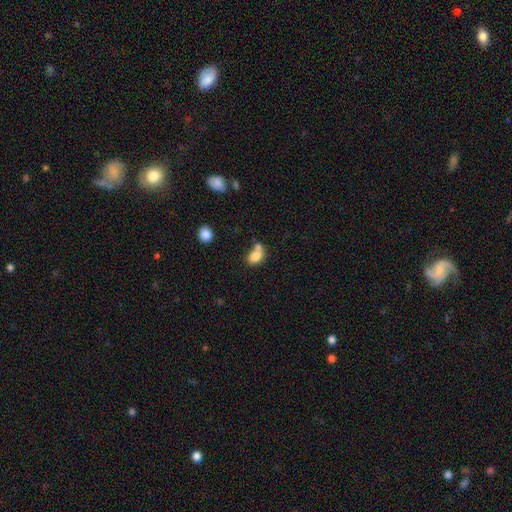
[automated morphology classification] smooth-or-featured: smooth: 80% | featured or disk: 10% | star or artifact: 10%
  how-rounded: in between: 72% | round: 27% | cigar-shaped: 1%
  merging: merger: 48% | none: 33% | minor disturbance: 13% | major disturbance: 6%